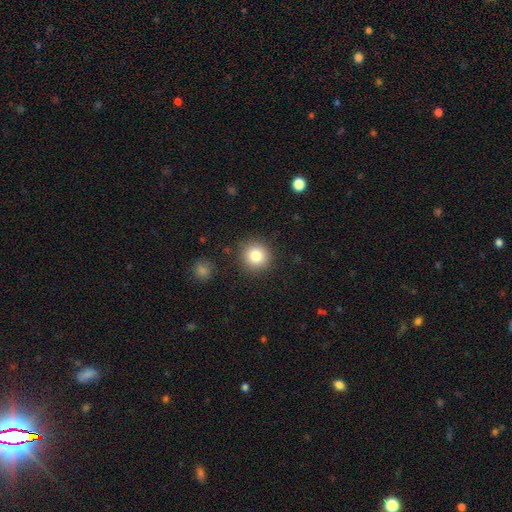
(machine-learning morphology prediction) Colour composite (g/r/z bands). It shows a smooth galaxy with no disk features (83%) that is round (93%). Merging: none (88%).